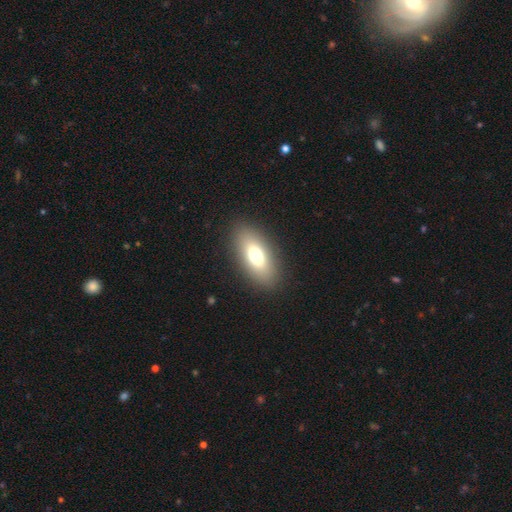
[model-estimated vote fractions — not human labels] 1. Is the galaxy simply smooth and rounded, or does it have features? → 71% smooth, 20% featured or disk, 9% star or artifact.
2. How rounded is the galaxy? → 83% in between, 12% cigar-shaped, 4% round.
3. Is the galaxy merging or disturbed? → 88% none, 8% minor disturbance, 3% major disturbance, 1% merger.